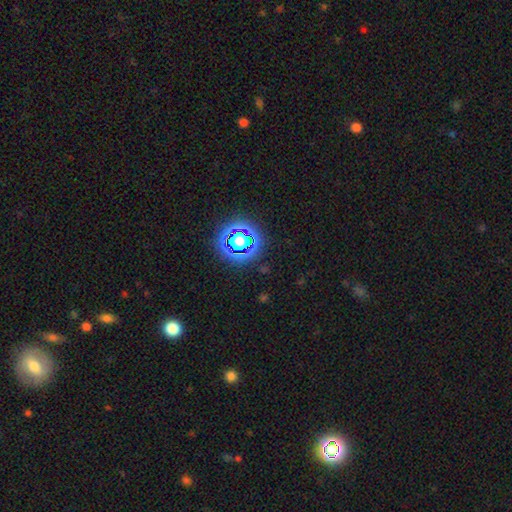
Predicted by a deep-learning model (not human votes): Smooth or featured? star or artifact (77%)